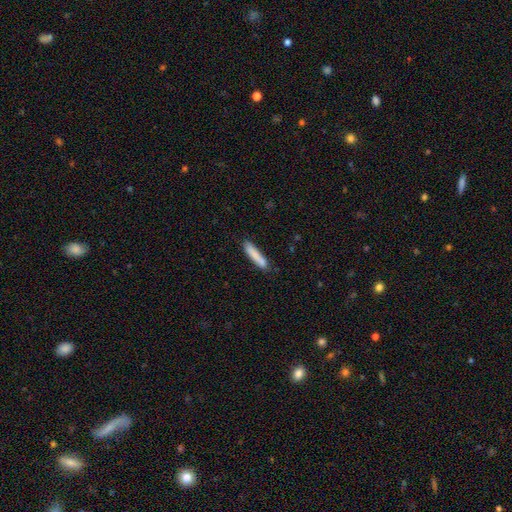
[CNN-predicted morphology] A smooth galaxy with no disk features (84%) that is cigar-shaped (88%).

Vote fractions:
- Smooth or featured? smooth: 84% / featured or disk: 10% / star or artifact: 6%
- How rounded? cigar-shaped: 88% / in between: 11% / round: 1%
- Merging? none: 81% / minor disturbance: 14% / major disturbance: 2% / merger: 2%